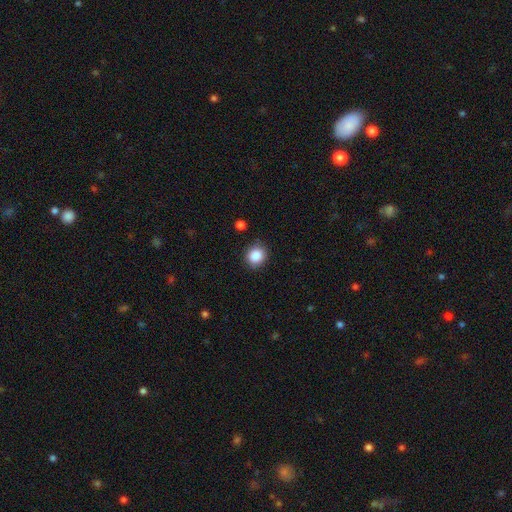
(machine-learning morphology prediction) Q: Smooth or featured?
A: smooth (87%); runner-up: star or artifact (9%)
Q: How rounded?
A: round (82%); runner-up: in between (17%)
Q: Merging?
A: none (86%); runner-up: minor disturbance (10%)